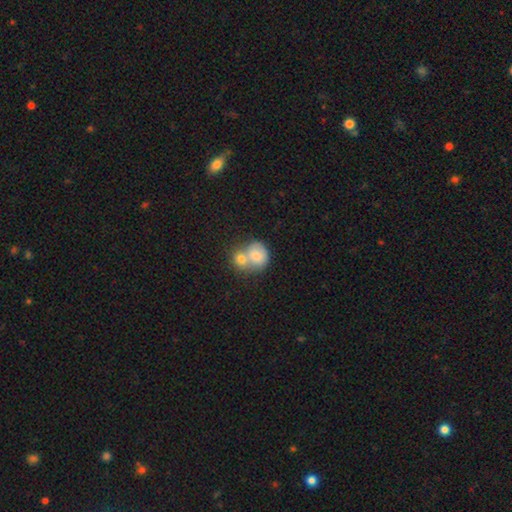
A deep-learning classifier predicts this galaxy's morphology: This appears to be a smooth galaxy with no disk features (76%) that is round (75%). Merging: merger (64%).